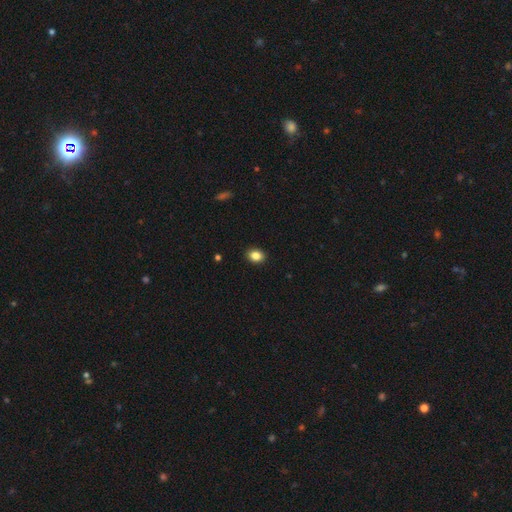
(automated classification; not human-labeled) Smooth or featured? Predicted: smooth (p=0.85). How rounded? Predicted: in between (p=0.61). Merging? Predicted: none (p=0.91).